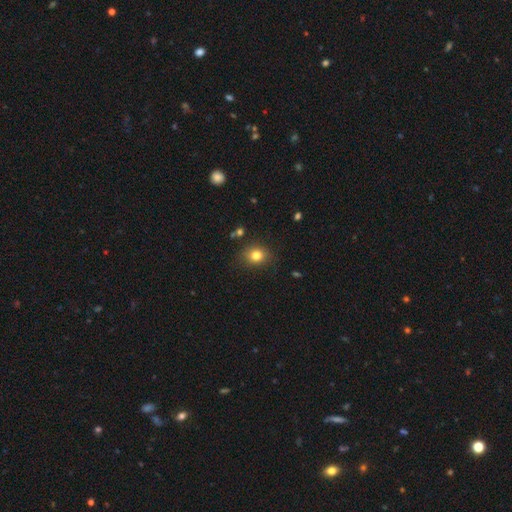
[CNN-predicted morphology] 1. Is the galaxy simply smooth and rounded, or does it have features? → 80% smooth, 12% star or artifact, 8% featured or disk.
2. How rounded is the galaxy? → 65% round, 34% in between, 1% cigar-shaped.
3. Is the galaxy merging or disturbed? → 82% none, 12% minor disturbance, 3% major disturbance, 2% merger.